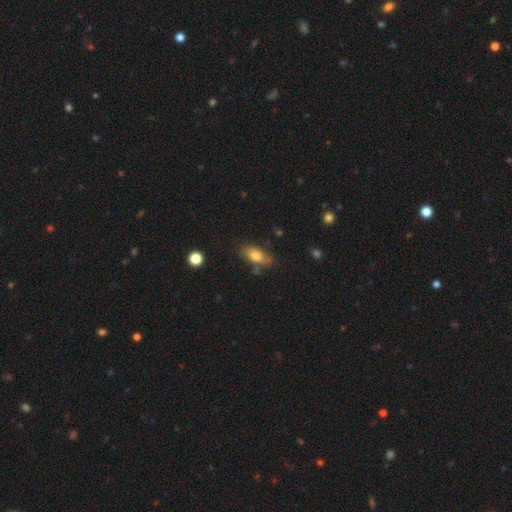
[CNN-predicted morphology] smooth 76%, featured or disk 15%, star or artifact 9%. Down the decision tree: how rounded — in between (86%); merging — none (68%).